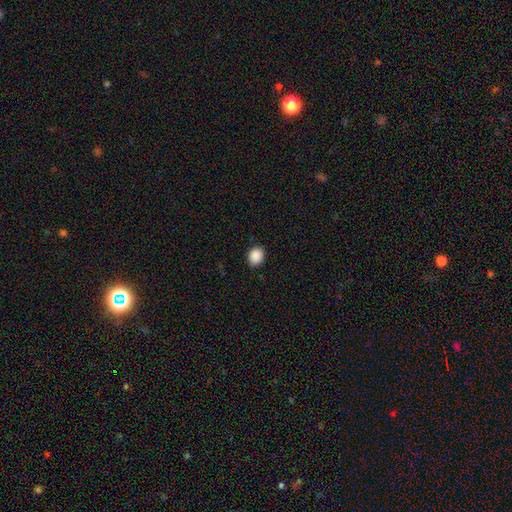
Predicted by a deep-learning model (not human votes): Smooth or featured?
  - smooth: 89% *
  - star or artifact: 8%
  - featured or disk: 2%
How rounded?
  - round: 57% *
  - in between: 42%
  - cigar-shaped: 1%
Merging?
  - none: 89% *
  - minor disturbance: 8%
  - major disturbance: 2%
  - merger: 1%